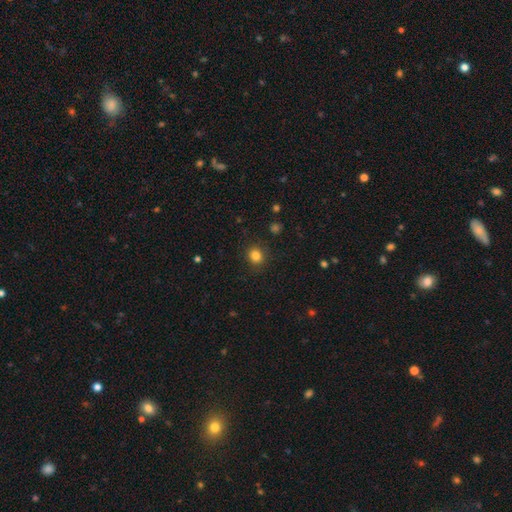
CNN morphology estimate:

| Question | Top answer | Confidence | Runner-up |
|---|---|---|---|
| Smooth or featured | smooth | 83% | star or artifact (12%) |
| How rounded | round | 84% | in between (15%) |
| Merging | none | 89% | minor disturbance (8%) |